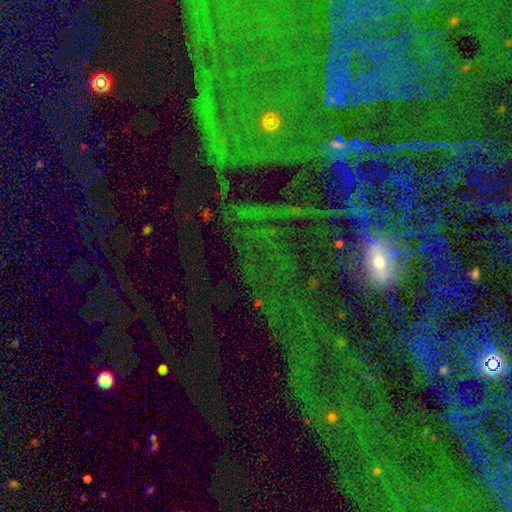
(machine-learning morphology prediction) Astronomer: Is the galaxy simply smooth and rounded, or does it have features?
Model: star or artifact — 58%.